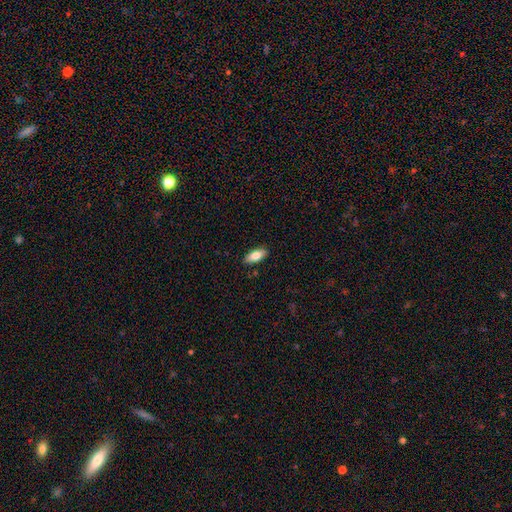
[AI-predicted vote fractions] Morphology: type=smooth (80%); roundness=in between (85%); merging=none (88%).